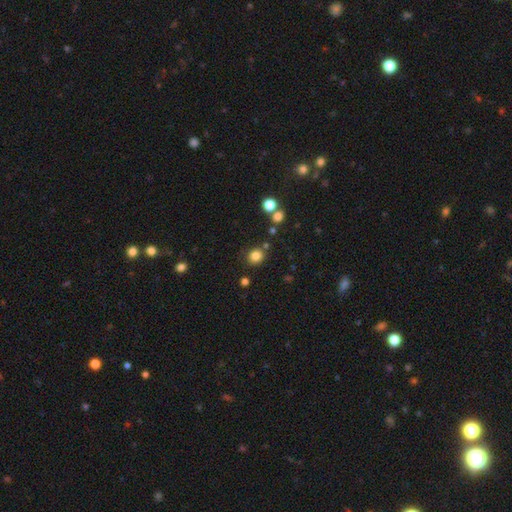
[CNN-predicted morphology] Smooth or featured? smooth (81%)
How rounded? round (82%)
Merging? none (82%)